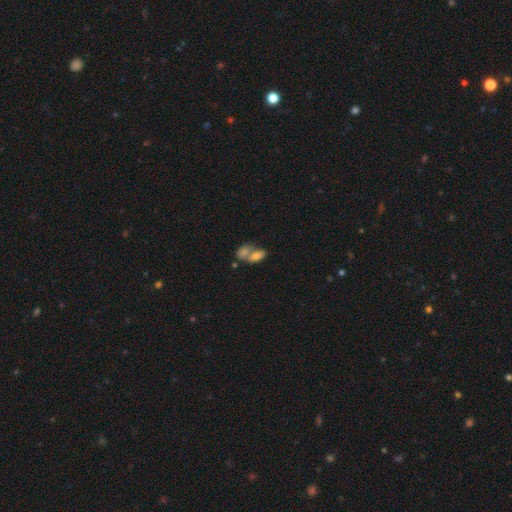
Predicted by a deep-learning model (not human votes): Smooth or featured? Predicted: smooth (p=0.75). How rounded? Predicted: in between (p=0.88). Merging? Predicted: merger (p=0.69).